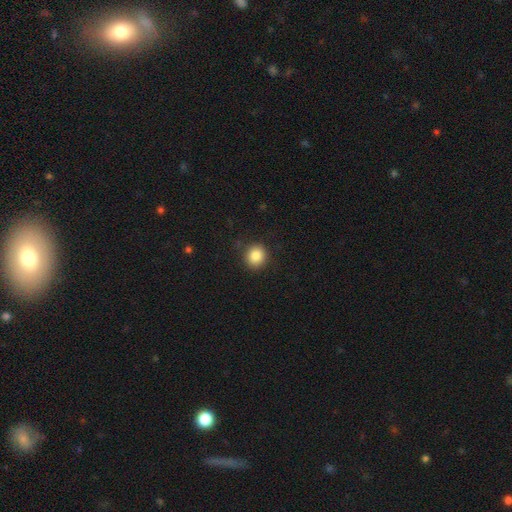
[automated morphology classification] Smooth or featured?
  - smooth: 86% *
  - star or artifact: 9%
  - featured or disk: 4%
How rounded?
  - round: 86% *
  - in between: 13%
  - cigar-shaped: 1%
Merging?
  - none: 87% *
  - minor disturbance: 10%
  - major disturbance: 3%
  - merger: 1%